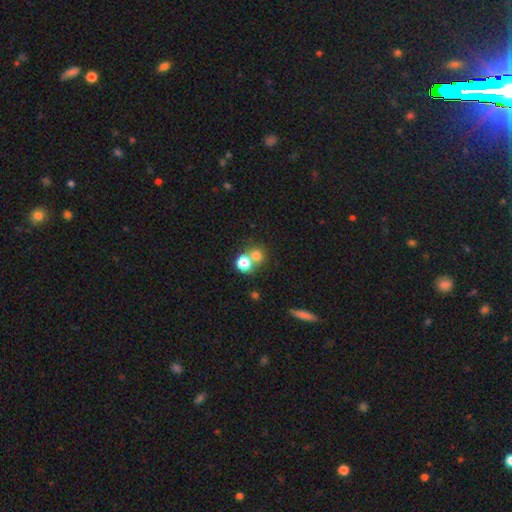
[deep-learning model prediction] Smooth or featured?
  - smooth: 73% *
  - star or artifact: 16%
  - featured or disk: 11%
How rounded?
  - round: 85% *
  - in between: 14%
  - cigar-shaped: 1%
Merging?
  - none: 47% *
  - merger: 44%
  - minor disturbance: 6%
  - major disturbance: 4%